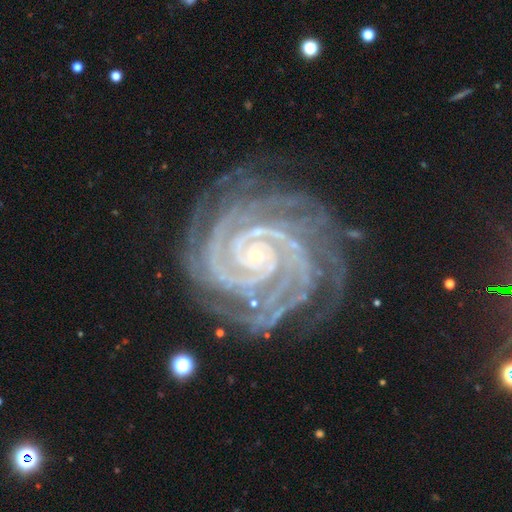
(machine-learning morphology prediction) Q: Smooth or featured?
A: featured or disk (93%); runner-up: star or artifact (5%)
Q: Edge-on disk?
A: no (98%); runner-up: yes (2%)
Q: Bar?
A: no (68%); runner-up: weak (18%)
Q: Spiral arms?
A: yes (99%); runner-up: no (1%)
Q: Spiral winding?
A: tight (88%); runner-up: medium (11%)
Q: Spiral arm count?
A: 2 (22%); runner-up: 4 (20%)
Q: Bulge size?
A: small (87%); runner-up: moderate (9%)
Q: Merging?
A: none (76%); runner-up: minor disturbance (17%)